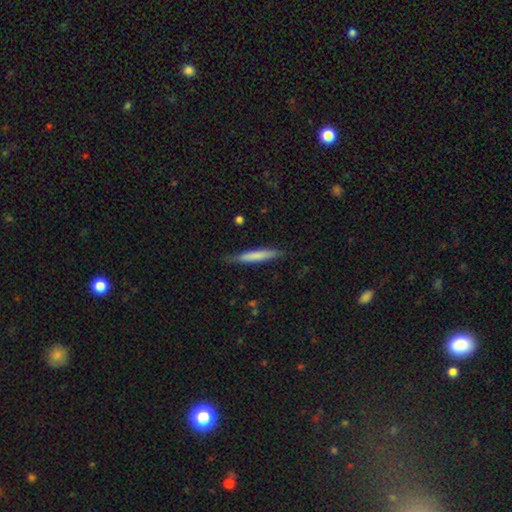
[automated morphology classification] Smooth or featured? smooth (70%)
How rounded? cigar-shaped (94%)
Merging? none (81%)